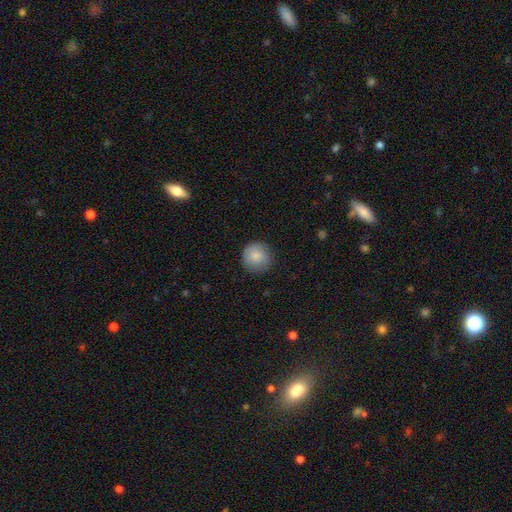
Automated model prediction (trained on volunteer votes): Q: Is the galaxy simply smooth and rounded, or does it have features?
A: smooth — 85%.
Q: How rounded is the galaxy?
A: round — 94%.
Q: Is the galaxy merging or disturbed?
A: none — 85%.